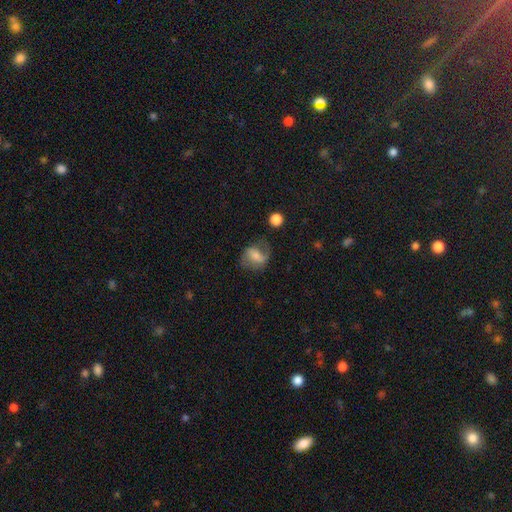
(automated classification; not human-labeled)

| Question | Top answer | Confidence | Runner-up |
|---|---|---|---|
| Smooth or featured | featured or disk | 47% | smooth (44%) |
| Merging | none | 57% | minor disturbance (24%) |